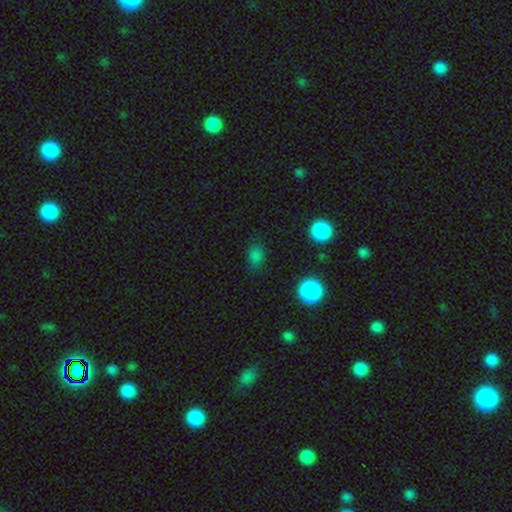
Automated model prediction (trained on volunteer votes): smooth-or-featured: smooth: 78% | star or artifact: 17% | featured or disk: 5%
  how-rounded: in between: 60% | round: 39% | cigar-shaped: 2%
  merging: none: 77% | minor disturbance: 16% | major disturbance: 5% | merger: 2%